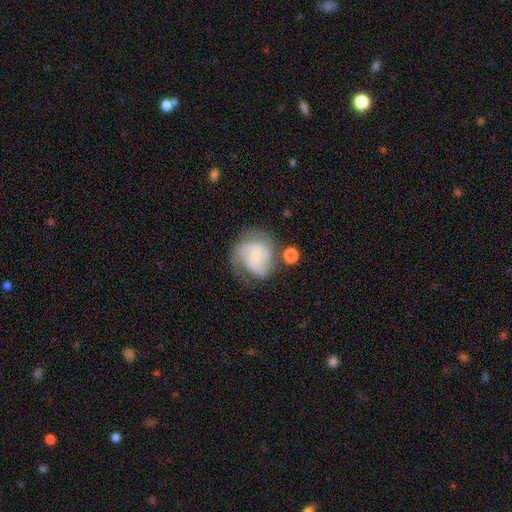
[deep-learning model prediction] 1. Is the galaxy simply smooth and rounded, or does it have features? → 68% featured or disk, 24% smooth, 7% star or artifact.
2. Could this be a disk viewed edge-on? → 98% no, 2% yes.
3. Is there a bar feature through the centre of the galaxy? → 57% no, 35% weak, 8% strong.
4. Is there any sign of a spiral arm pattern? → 89% yes, 11% no.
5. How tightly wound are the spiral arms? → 45% medium, 36% tight, 20% loose.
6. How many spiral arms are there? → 36% 2, 25% 3, 24% can't tell, 6% 1, 5% 4, 4% more than 4.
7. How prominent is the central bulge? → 70% small, 17% moderate, 9% none, 2% large, 1% dominant.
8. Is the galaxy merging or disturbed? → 51% none, 23% minor disturbance, 19% major disturbance, 7% merger.